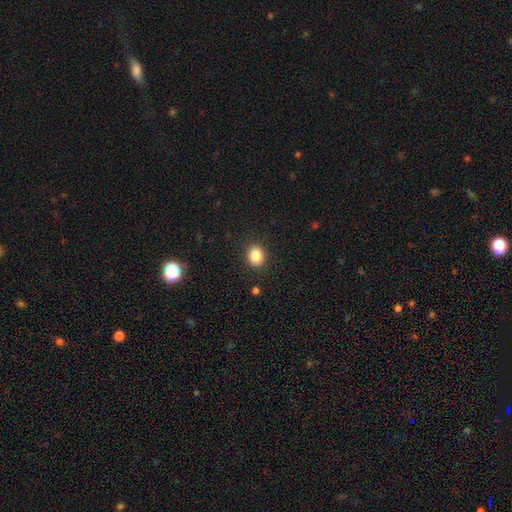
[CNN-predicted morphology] This is clearly a smooth galaxy (85%). How rounded: likely round (64%). Merging: clearly none (90%).